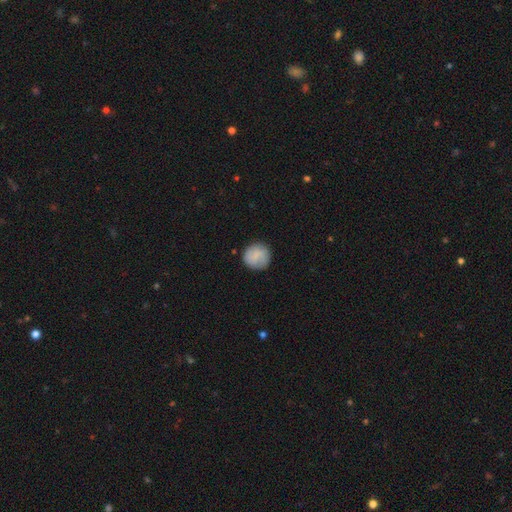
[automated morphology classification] This appears to be a smooth galaxy with no disk features (76%) that is round (93%). Merging: none (85%).